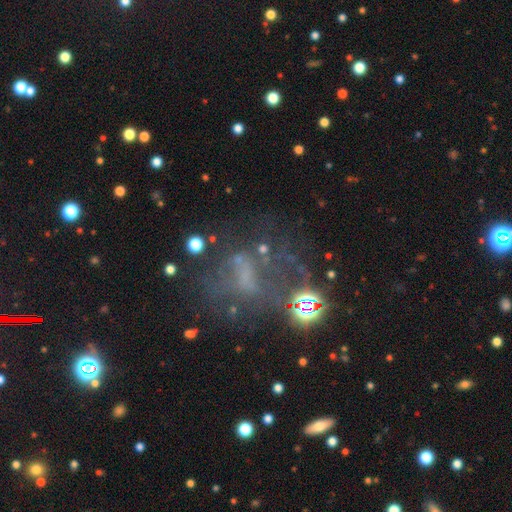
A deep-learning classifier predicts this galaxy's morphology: smooth-or-featured: star or artifact: 46% | featured or disk: 32% | smooth: 23%